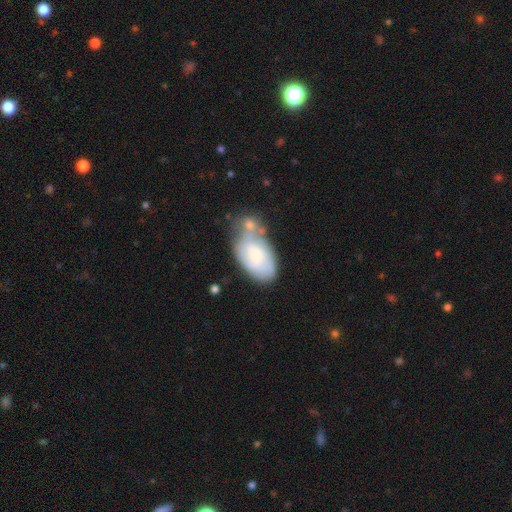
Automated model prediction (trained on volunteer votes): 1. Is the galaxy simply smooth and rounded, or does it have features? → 52% smooth, 40% featured or disk, 7% star or artifact.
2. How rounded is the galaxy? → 93% in between, 5% round, 2% cigar-shaped.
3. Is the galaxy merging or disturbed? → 32% none, 30% merger, 26% minor disturbance, 12% major disturbance.